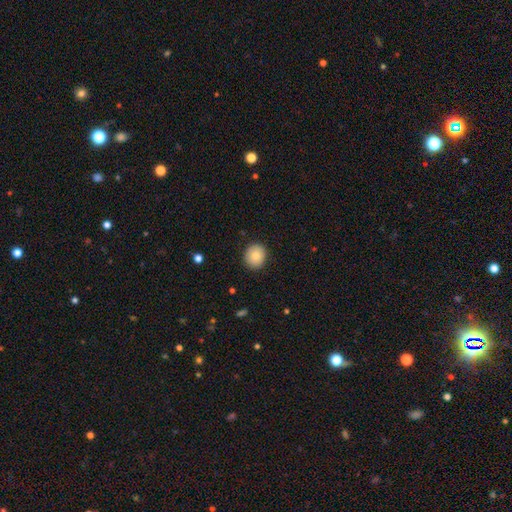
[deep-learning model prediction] A smooth galaxy with no disk features (82%) that is round (84%).

Vote fractions:
- Smooth or featured? smooth: 82% / featured or disk: 9% / star or artifact: 9%
- How rounded? round: 84% / in between: 15% / cigar-shaped: 1%
- Merging? none: 90% / minor disturbance: 7% / major disturbance: 2% / merger: 1%